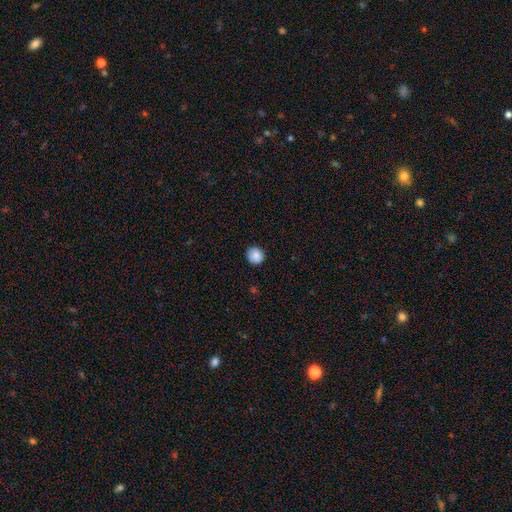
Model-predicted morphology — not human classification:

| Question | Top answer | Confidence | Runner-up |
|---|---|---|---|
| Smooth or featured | smooth | 87% | star or artifact (9%) |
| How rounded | round | 86% | in between (13%) |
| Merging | none | 87% | minor disturbance (10%) |